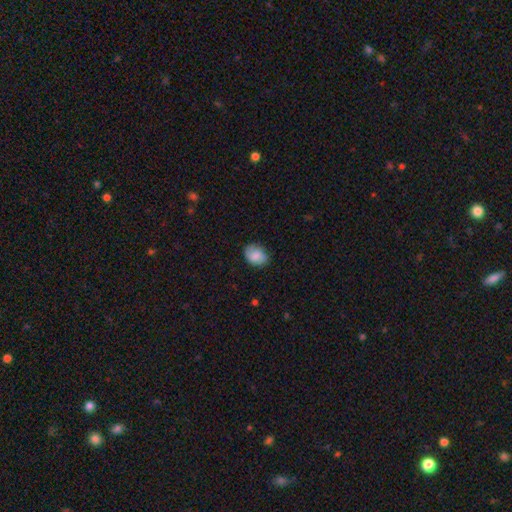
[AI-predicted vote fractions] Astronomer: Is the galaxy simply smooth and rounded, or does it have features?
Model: smooth — 75%.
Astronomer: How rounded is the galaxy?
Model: in between — 55% (runner-up: round, 44%).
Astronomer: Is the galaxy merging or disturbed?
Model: none — 76%.